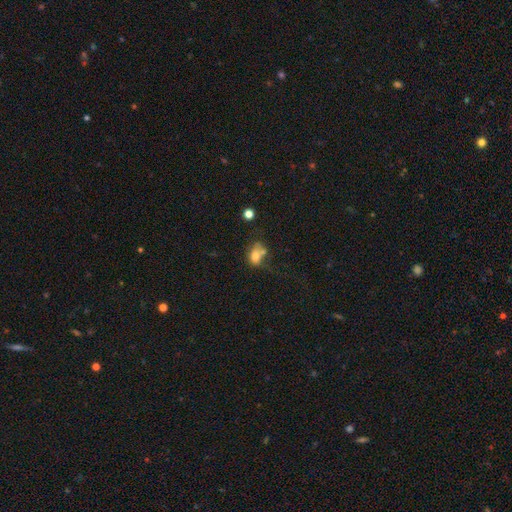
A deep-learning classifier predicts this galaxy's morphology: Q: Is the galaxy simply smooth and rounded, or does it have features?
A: smooth — 71%.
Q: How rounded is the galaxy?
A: in between — 58%.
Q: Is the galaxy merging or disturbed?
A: merger — 34%.